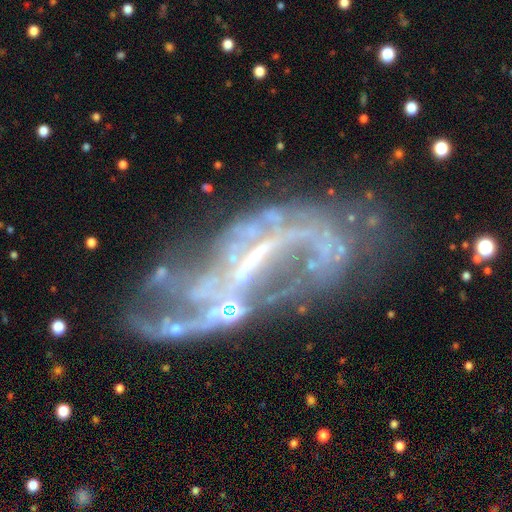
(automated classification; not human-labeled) Smooth or featured: featured or disk — 74% (star or artifact — 17%)
Edge-on disk: no — 89% (yes — 11%)
Bar: strong — 49% (no — 29%)
Spiral arms: yes — 54% (no — 46%)
Bulge size: small — 43% (none — 35%)
Merging: major disturbance — 38% (none — 30%)